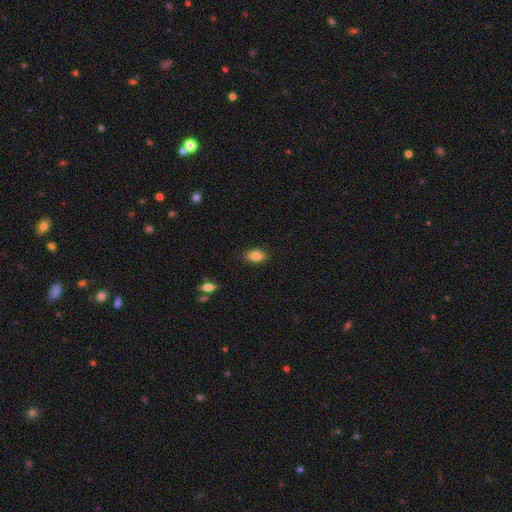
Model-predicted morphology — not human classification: smooth_or_featured: smooth (p=0.84) [alt: star or artifact p=0.08]
how_rounded: in between (p=0.89) [alt: round p=0.09]
merging: none (p=0.87) [alt: minor disturbance p=0.10]